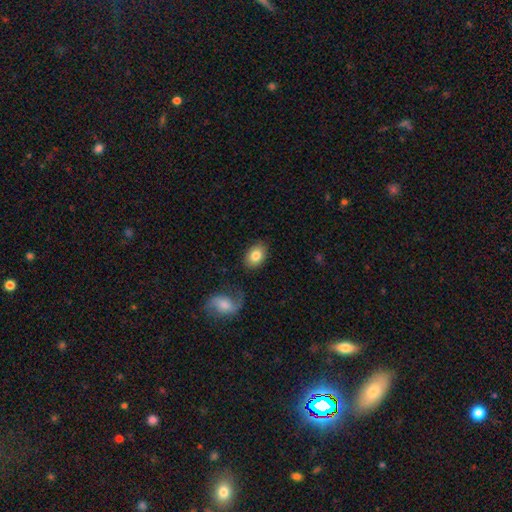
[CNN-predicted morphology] Q: Smooth or featured?
A: smooth (81%); runner-up: featured or disk (12%)
Q: How rounded?
A: in between (81%); runner-up: round (18%)
Q: Merging?
A: none (82%); runner-up: minor disturbance (11%)